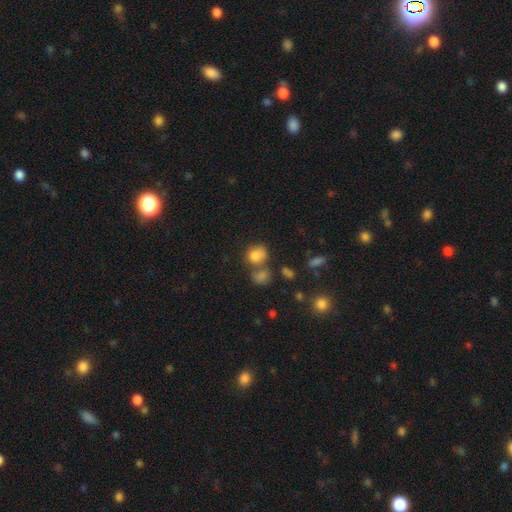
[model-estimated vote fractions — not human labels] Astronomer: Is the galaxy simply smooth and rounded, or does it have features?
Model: smooth — 79%.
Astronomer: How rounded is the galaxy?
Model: round — 67%.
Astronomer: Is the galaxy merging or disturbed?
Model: none — 43% (runner-up: merger, 36%).